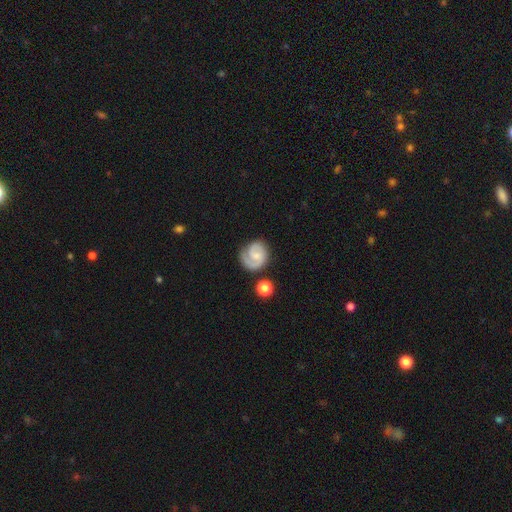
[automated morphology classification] smooth-or-featured: featured or disk: 75% | smooth: 19% | star or artifact: 6%
  disk-edge-on: no: 98% | yes: 2%
    bar: no: 54% | weak: 39% | strong: 6%
    has-spiral-arms: yes: 96% | no: 4%
      spiral-winding: tight: 51% | medium: 38% | loose: 11%
      spiral-arm-count: 2: 59% | 1: 27% | can't tell: 8% | 3: 3% | 4: 1% | more than 4: 1%
    bulge-size: small: 48% | moderate: 24% | none: 24% | large: 3% | dominant: 1%
  merging: none: 71% | minor disturbance: 18% | major disturbance: 8% | merger: 3%